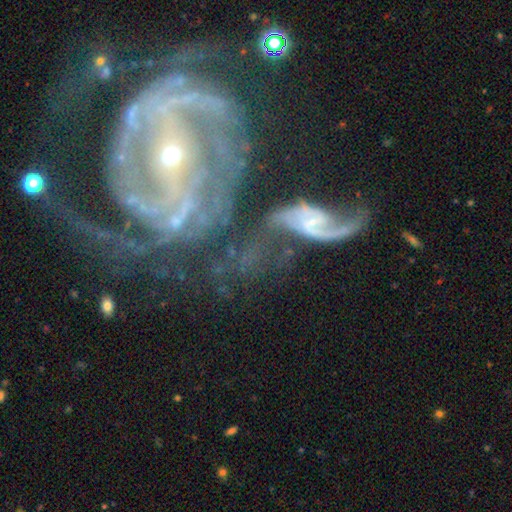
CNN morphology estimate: type=featured or disk (78%); edge-on=no (94%); bar=no (45%); spiral arms=yes (88%); winding=loose (54%); arm count=2 (71%); bulge=small (60%); merging=merger (30%).